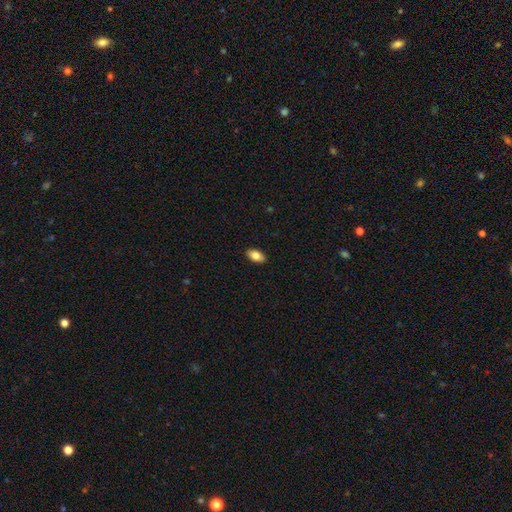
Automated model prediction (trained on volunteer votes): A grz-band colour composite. It shows a smooth galaxy with no disk features (82%) that is in between round and cigar-shaped (92%). Merging: none (90%).